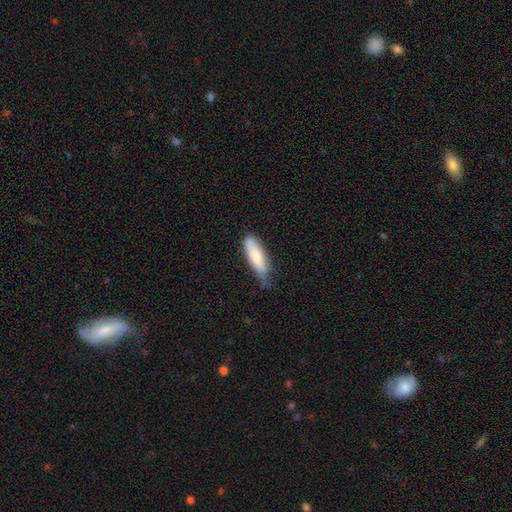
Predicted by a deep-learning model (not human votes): Morphology: type=smooth (77%); roundness=cigar-shaped (50%); merging=none (59%).